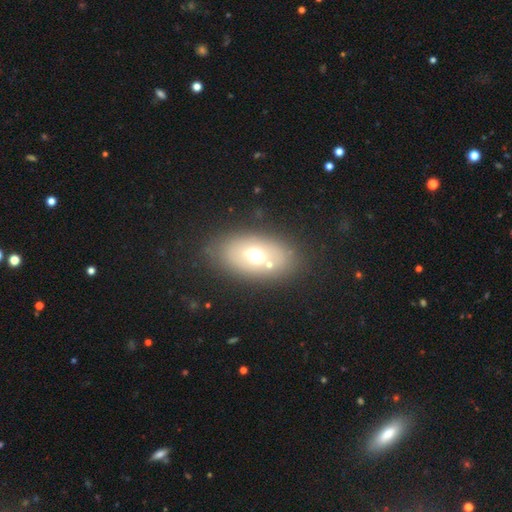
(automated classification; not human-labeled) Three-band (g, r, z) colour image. It shows a smooth galaxy with no disk features (59%) that is in between round and cigar-shaped (82%). Merging: none (75%).